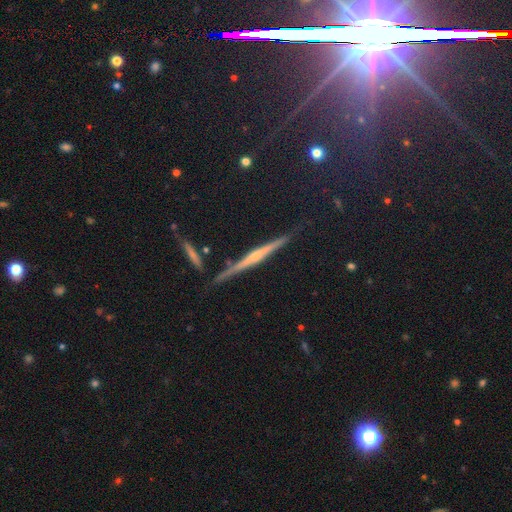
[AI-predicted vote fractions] This appears to be a featured or disk galaxy (66%) viewed edge-on (96%) with a rounded central bulge (58%). Merging: none (84%).